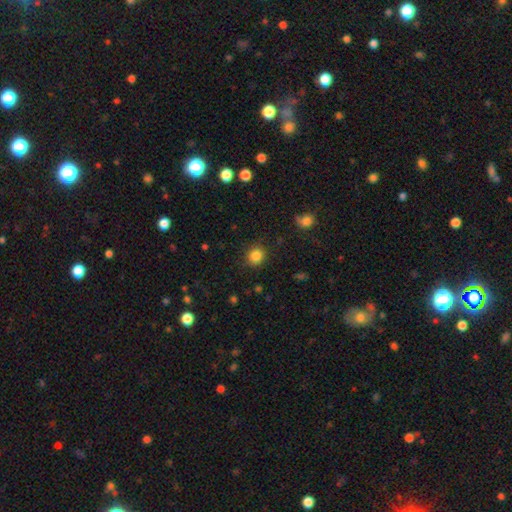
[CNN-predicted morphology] Overall: smooth (84%). How rounded: round (84%). Merging: none (87%).